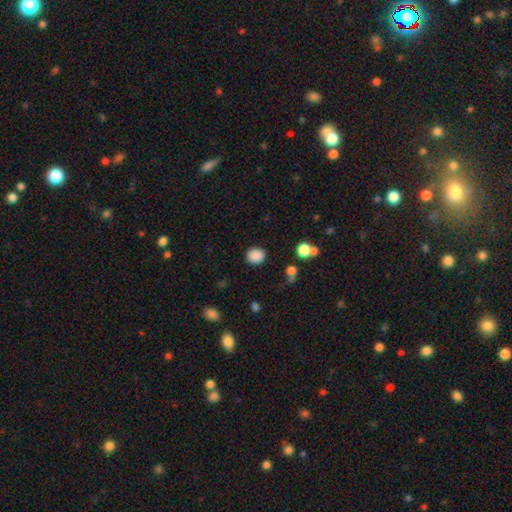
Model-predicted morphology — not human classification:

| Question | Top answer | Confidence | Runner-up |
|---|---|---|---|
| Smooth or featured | smooth | 87% | star or artifact (10%) |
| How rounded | round | 78% | in between (21%) |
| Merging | none | 87% | minor disturbance (8%) |